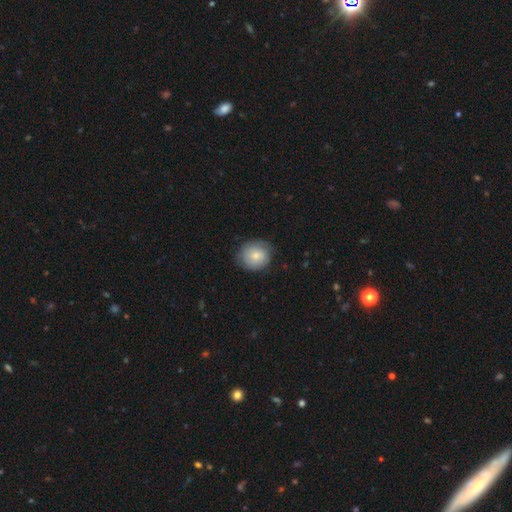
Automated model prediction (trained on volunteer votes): smooth-or-featured: smooth: 67% | featured or disk: 26% | star or artifact: 7%
  how-rounded: round: 77% | in between: 22% | cigar-shaped: 1%
  merging: none: 75% | minor disturbance: 19% | major disturbance: 5% | merger: 1%